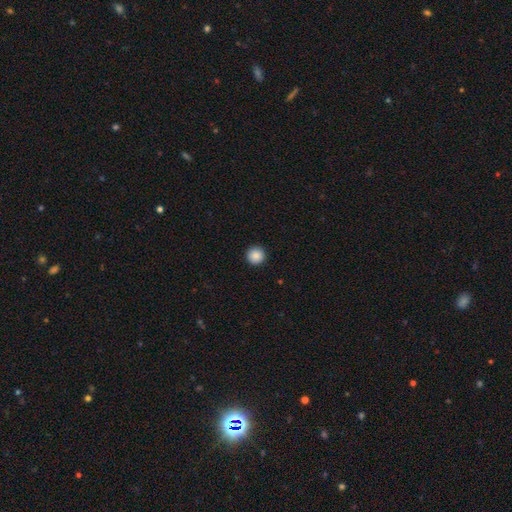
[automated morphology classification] Smooth or featured? smooth (88%)
How rounded? round (96%)
Merging? none (94%)